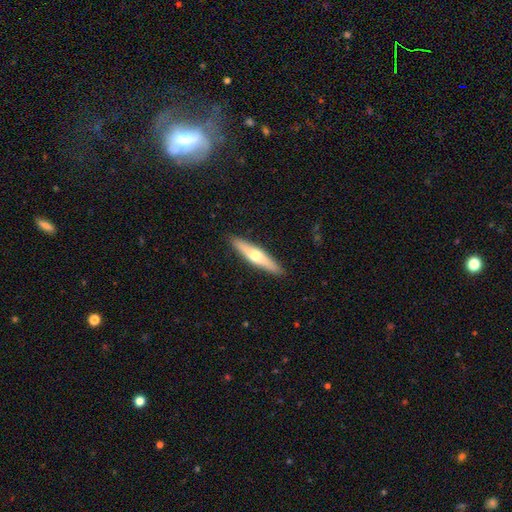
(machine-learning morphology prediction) featured or disk 50%, smooth 45%, star or artifact 5%. Down the decision tree: merging — none (91%).